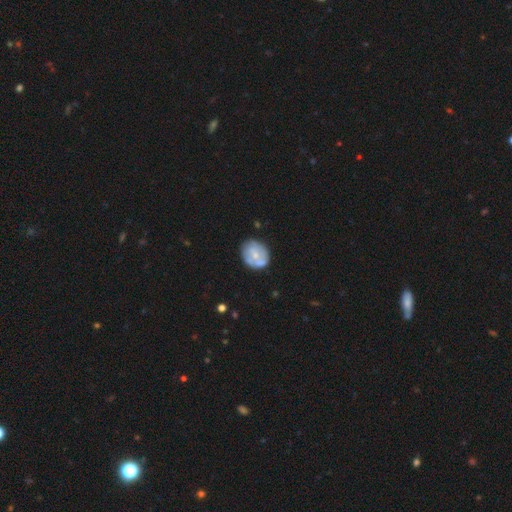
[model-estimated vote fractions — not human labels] Smooth or featured: smooth — 48% (featured or disk — 46%)
Merging: none — 64% (minor disturbance — 23%)